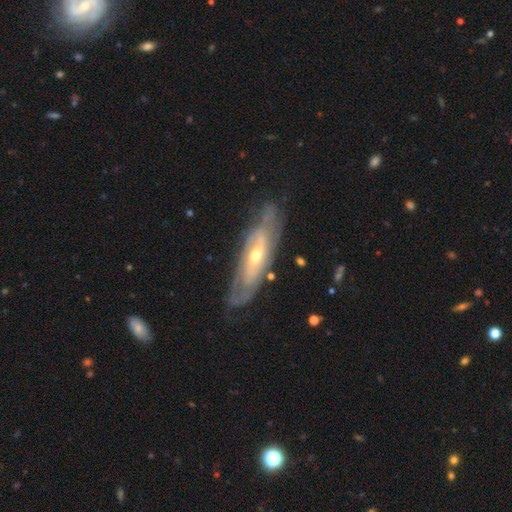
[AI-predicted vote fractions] Smooth or featured: featured or disk — 79% (smooth — 15%)
Edge-on disk: no — 71% (yes — 29%)
Bar: no — 56% (weak — 30%)
Spiral arms: yes — 80% (no — 20%)
Bulge size: small — 50% (moderate — 46%)
Merging: none — 76% (minor disturbance — 17%)